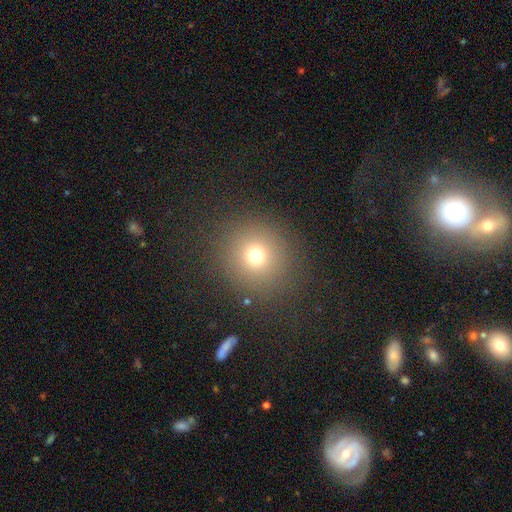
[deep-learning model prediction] A smooth galaxy with no disk features (70%) that is round (93%). Merging: none (87%).